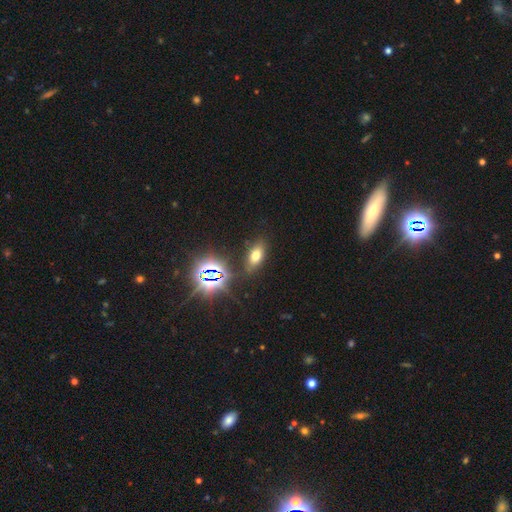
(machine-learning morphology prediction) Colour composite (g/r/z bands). It shows a smooth galaxy with no disk features (59%) that is in between round and cigar-shaped (83%). Merging: none (82%).